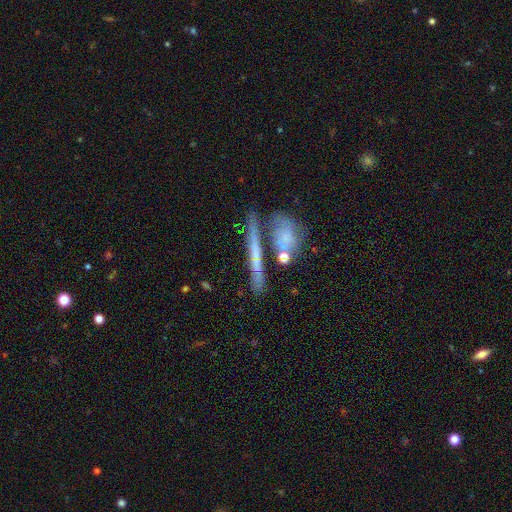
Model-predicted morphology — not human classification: smooth-or-featured: featured or disk: 50% | smooth: 40% | star or artifact: 10%
  disk-edge-on: yes: 79% | no: 21%
  merging: none: 62% | merger: 18% | minor disturbance: 14% | major disturbance: 6%